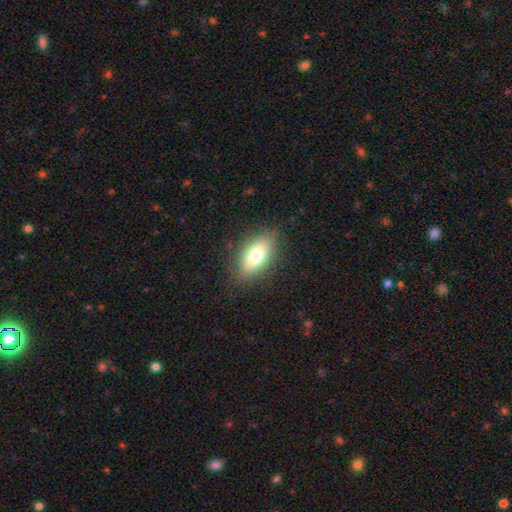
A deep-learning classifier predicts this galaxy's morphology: This appears to be a smooth galaxy with no disk features (70%) that is in between round and cigar-shaped (84%). Merging: none (83%).